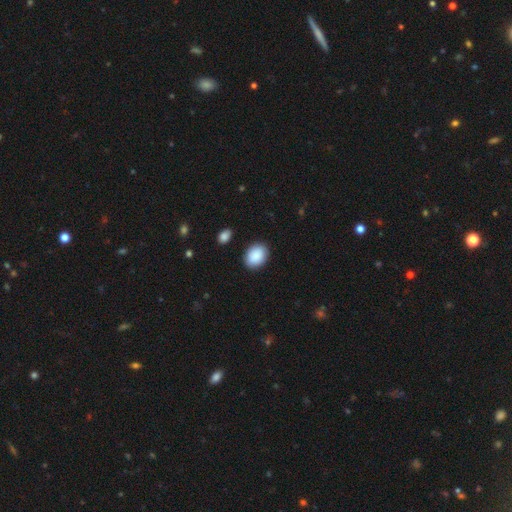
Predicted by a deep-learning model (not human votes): Smooth or featured? Predicted: smooth (p=0.90). How rounded? Predicted: in between (p=0.70). Merging? Predicted: none (p=0.87).